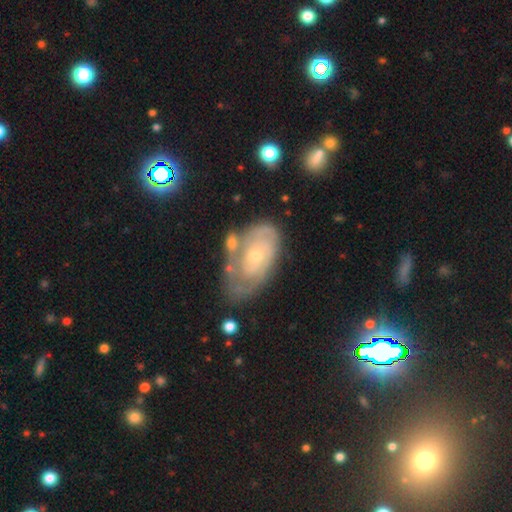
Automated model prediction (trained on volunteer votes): A featured or disk galaxy (76%) with no bar (80%), tight (71%) spiral arms (81%) and a small central bulge (66%). Merging: none (55%).